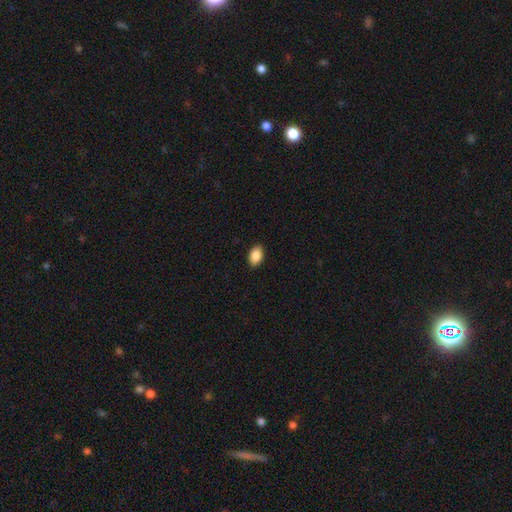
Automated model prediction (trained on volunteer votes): Morphology: type=smooth (88%); roundness=in between (91%); merging=none (90%).